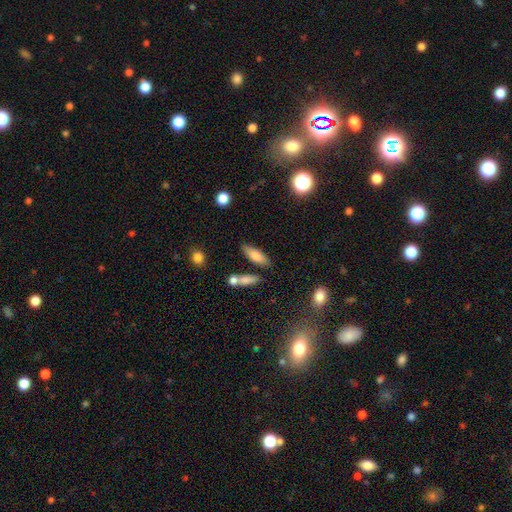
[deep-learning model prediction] A smooth galaxy with no disk features (77%) that is in between round and cigar-shaped (59%).

Vote fractions:
- Smooth or featured? smooth: 77% / featured or disk: 16% / star or artifact: 8%
- How rounded? in between: 59% / cigar-shaped: 39% / round: 2%
- Merging? none: 72% / minor disturbance: 13% / merger: 11% / major disturbance: 4%